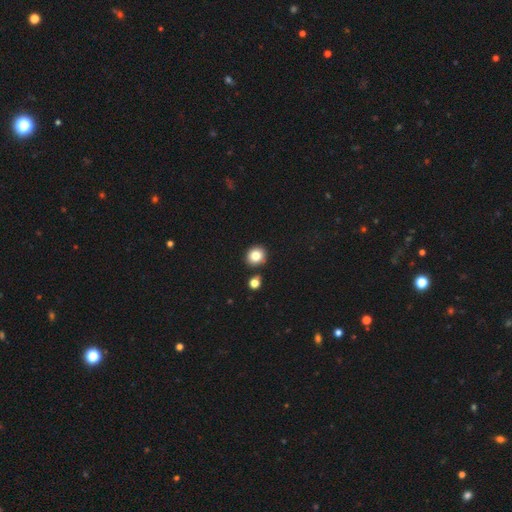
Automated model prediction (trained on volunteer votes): Q: Smooth or featured?
A: smooth (82%); runner-up: star or artifact (11%)
Q: How rounded?
A: round (88%); runner-up: in between (11%)
Q: Merging?
A: none (85%); runner-up: minor disturbance (7%)